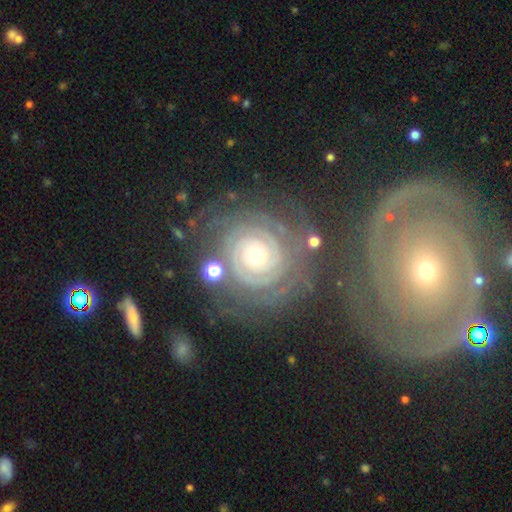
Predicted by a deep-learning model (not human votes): A featured or disk galaxy (86%) with no bar (81%), tight (87%) spiral arms (96%) and a small central bulge (50%).

Vote fractions:
- Smooth or featured? featured or disk: 86% / star or artifact: 7% / smooth: 7%
- Edge-on disk? no: 97% / yes: 3%
- Bar? no: 81% / weak: 13% / strong: 6%
- Spiral arms? yes: 96% / no: 4%
- Spiral winding? tight: 87% / medium: 10% / loose: 3%
- Spiral arm count? can't tell: 28% / 2: 25% / 3: 16% / 4: 12% / more than 4: 11% / 1: 7%
- Bulge size? small: 50% / moderate: 45% / large: 3% / dominant: 1% / none: 1%
- Merging? none: 71% / minor disturbance: 14% / major disturbance: 10% / merger: 5%